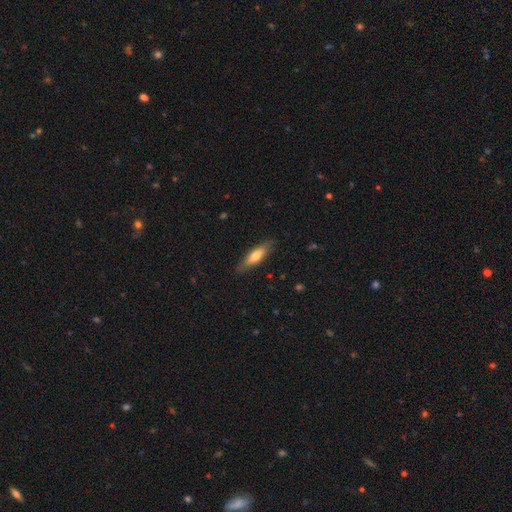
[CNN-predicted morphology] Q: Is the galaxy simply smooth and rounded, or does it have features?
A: smooth — 65%.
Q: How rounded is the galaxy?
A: cigar-shaped — 65%.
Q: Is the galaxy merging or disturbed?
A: none — 84%.